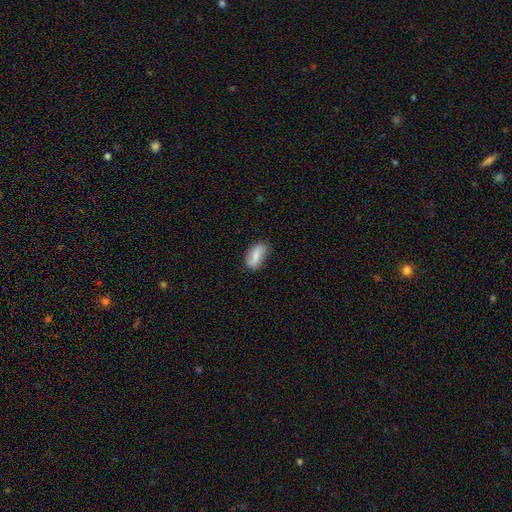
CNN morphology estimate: This is likely a smooth galaxy (75%). How rounded: clearly in between (89%). Merging: likely none (71%).